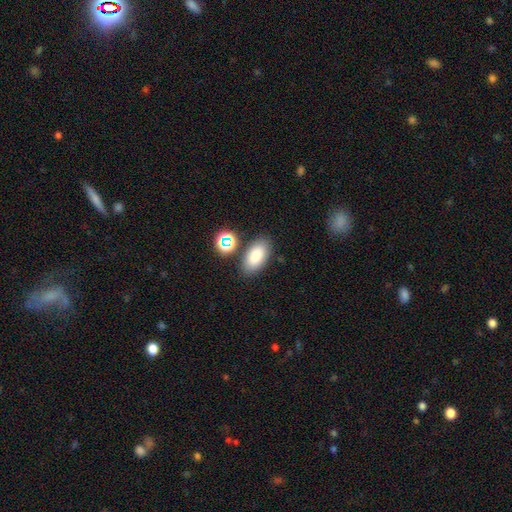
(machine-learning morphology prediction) A smooth galaxy with no disk features (83%) that is in between round and cigar-shaped (93%). Merging: none (79%).